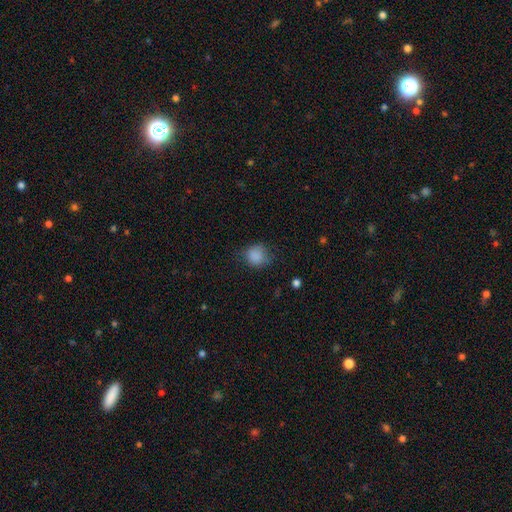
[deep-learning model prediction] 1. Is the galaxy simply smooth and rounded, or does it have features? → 86% smooth, 9% star or artifact, 5% featured or disk.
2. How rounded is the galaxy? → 78% round, 21% in between, 1% cigar-shaped.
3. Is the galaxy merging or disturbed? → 68% none, 23% minor disturbance, 8% major disturbance, 1% merger.